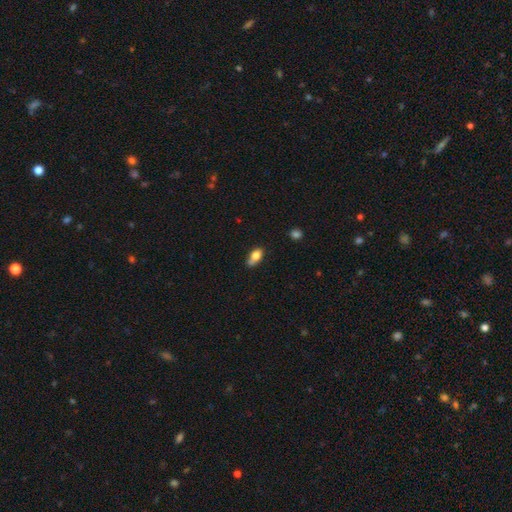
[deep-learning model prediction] smooth 76%, featured or disk 15%, star or artifact 9%. Down the decision tree: how rounded — in between (83%); merging — none (49%).